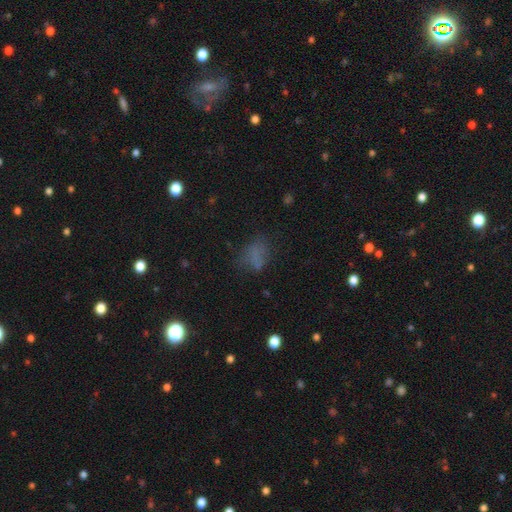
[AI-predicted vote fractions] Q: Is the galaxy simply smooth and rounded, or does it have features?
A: smooth — 61%.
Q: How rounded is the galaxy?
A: in between — 70%.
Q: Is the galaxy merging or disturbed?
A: none — 54%.